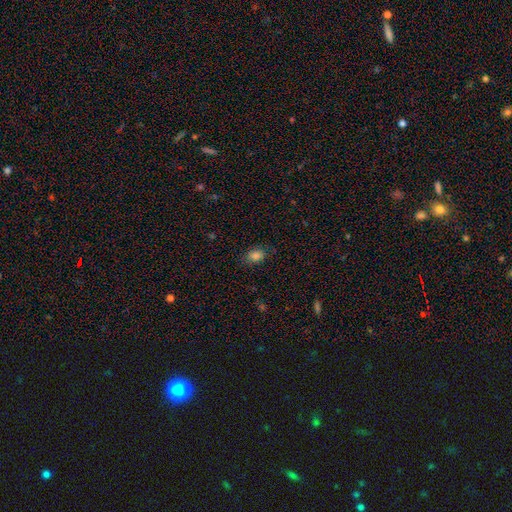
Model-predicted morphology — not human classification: A smooth galaxy with no disk features (83%) that is in between round and cigar-shaped (74%). Merging: none (78%).